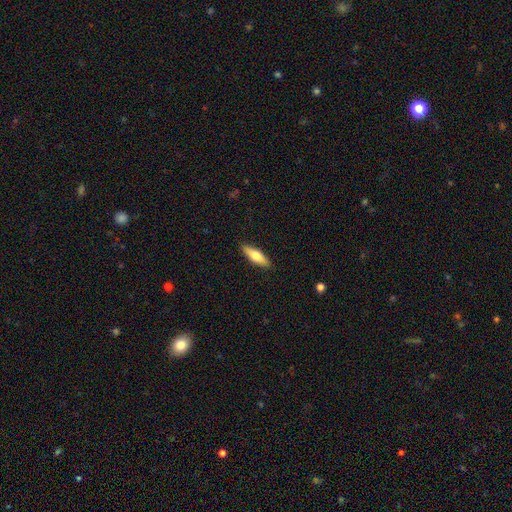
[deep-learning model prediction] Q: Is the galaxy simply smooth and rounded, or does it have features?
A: smooth — 63%.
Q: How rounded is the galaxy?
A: cigar-shaped — 55%.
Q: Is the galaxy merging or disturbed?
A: none — 90%.